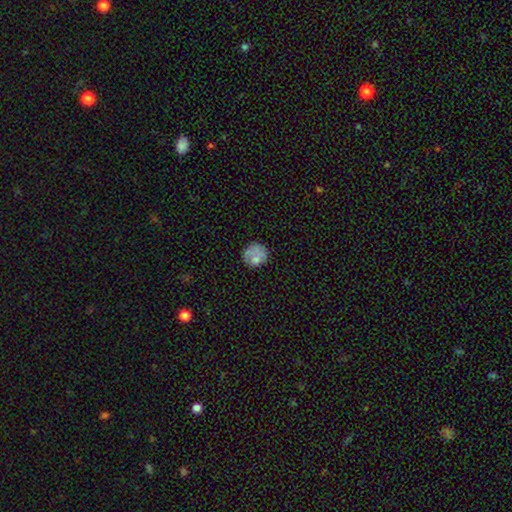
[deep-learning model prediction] Smooth or featured? Predicted: smooth (p=0.71). How rounded? Predicted: round (p=0.81). Merging? Predicted: none (p=0.62).